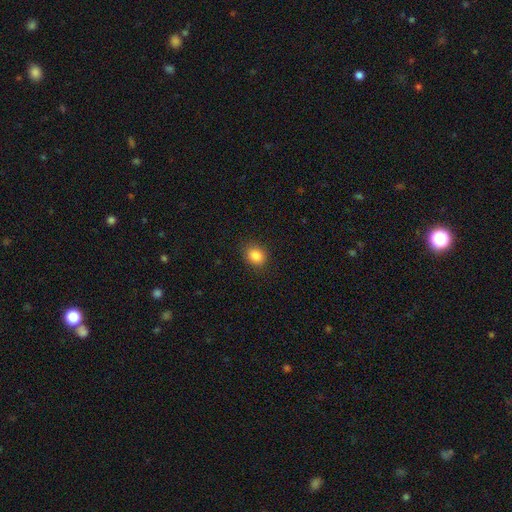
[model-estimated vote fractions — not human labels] smooth_or_featured: smooth (p=0.85) [alt: star or artifact p=0.10]
how_rounded: round (p=0.58) [alt: in between p=0.41]
merging: none (p=0.87) [alt: minor disturbance p=0.09]